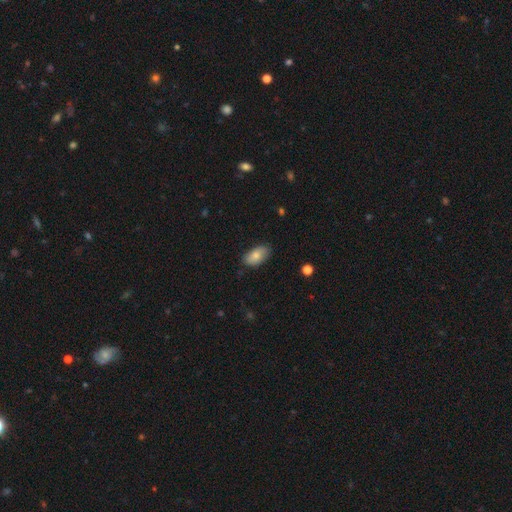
A smooth galaxy with no disk features (89%) that is in between round and cigar-shaped (94%).

Vote fractions:
- Smooth or featured? smooth: 89% / featured or disk: 8% / star or artifact: 3%
- How rounded? in between: 94% / round: 3% / cigar-shaped: 3%
- Merging? none: 84% / minor disturbance: 14% / merger: 3% / major disturbance: 0%